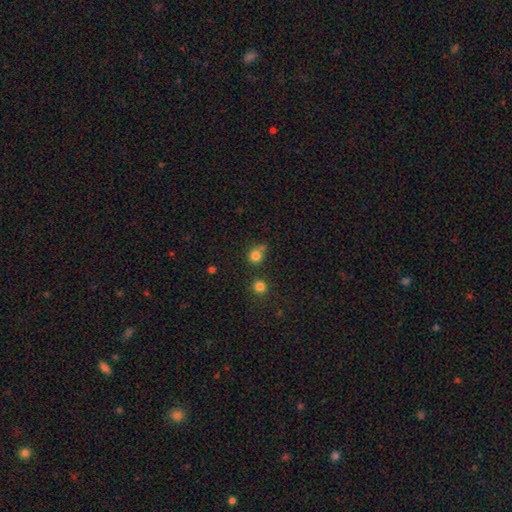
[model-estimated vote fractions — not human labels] smooth_or_featured: smooth (p=0.80) [alt: star or artifact p=0.14]
how_rounded: round (p=0.86) [alt: in between p=0.13]
merging: none (p=0.60) [alt: merger p=0.18]